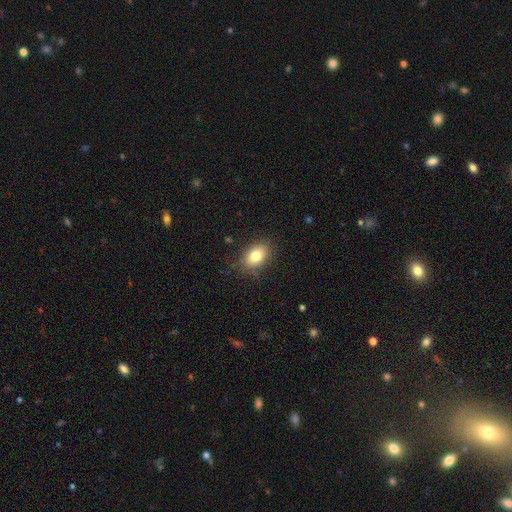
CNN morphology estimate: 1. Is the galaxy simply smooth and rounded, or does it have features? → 81% smooth, 10% featured or disk, 9% star or artifact.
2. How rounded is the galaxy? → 85% in between, 14% round, 1% cigar-shaped.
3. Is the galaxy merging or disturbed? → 83% none, 12% minor disturbance, 3% major disturbance, 1% merger.